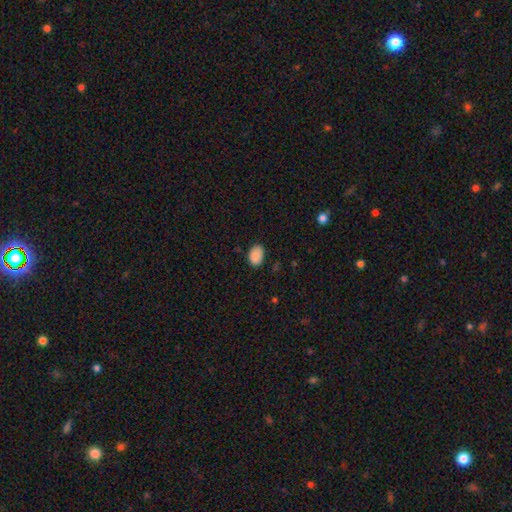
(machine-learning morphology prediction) type=smooth (89%); roundness=in between (82%); merging=none (82%).